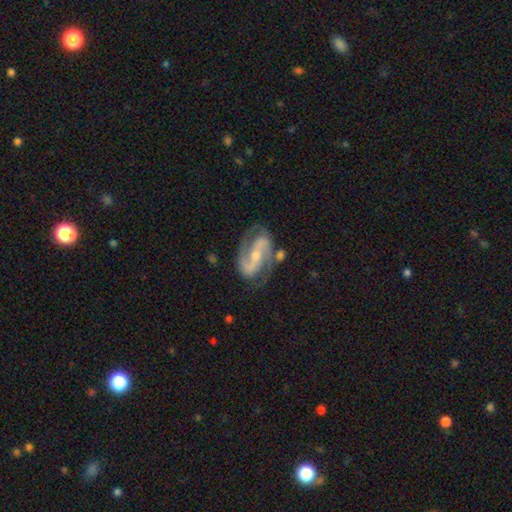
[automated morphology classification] This is clearly a featured or disk galaxy (90%). It is clearly not viewed edge-on (97%). Bar: marginally strong (43%). Spiral arm pattern: clearly yes (97%). Spiral arm count: clearly 2 (92%). Spiral winding: possibly medium (54%). Central bulge: possibly small (54%). Merging: likely none (72%).